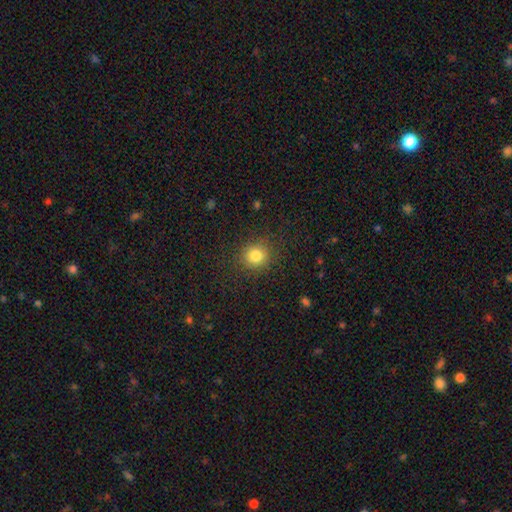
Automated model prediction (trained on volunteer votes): Smooth or featured?
  - smooth: 82% *
  - star or artifact: 12%
  - featured or disk: 6%
How rounded?
  - round: 88% *
  - in between: 11%
  - cigar-shaped: 1%
Merging?
  - none: 88% *
  - minor disturbance: 8%
  - major disturbance: 3%
  - merger: 1%